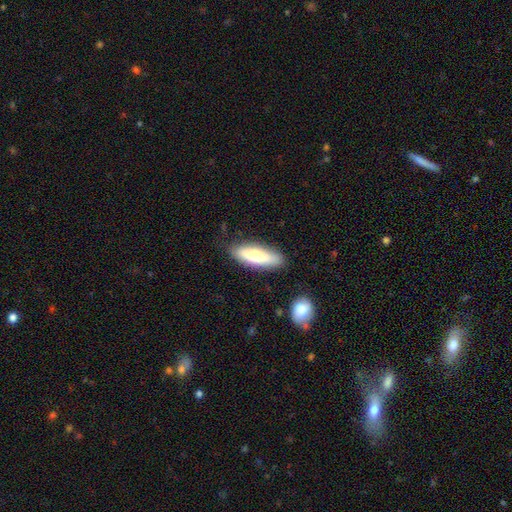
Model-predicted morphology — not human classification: smooth-or-featured: smooth: 65% | featured or disk: 29% | star or artifact: 6%
  how-rounded: in between: 51% | cigar-shaped: 47% | round: 2%
  merging: none: 81% | minor disturbance: 13% | major disturbance: 3% | merger: 3%